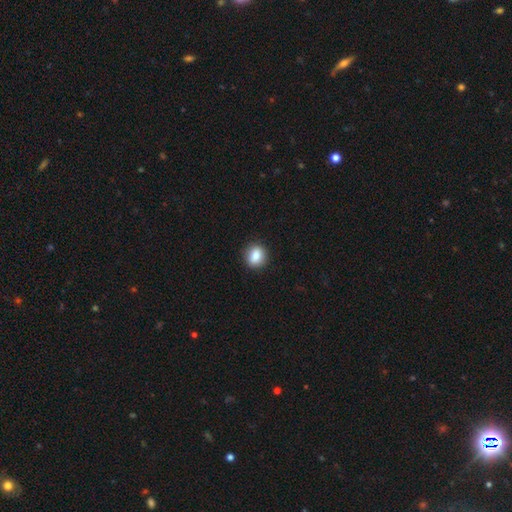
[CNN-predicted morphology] Q: Smooth or featured?
A: smooth (83%); runner-up: star or artifact (9%)
Q: How rounded?
A: round (74%); runner-up: in between (25%)
Q: Merging?
A: none (90%); runner-up: minor disturbance (7%)